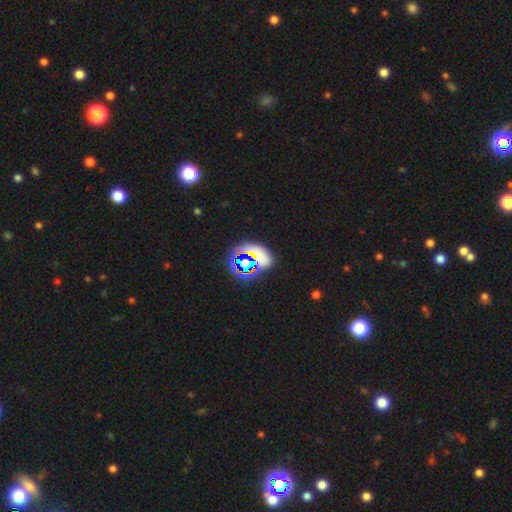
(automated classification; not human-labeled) Smooth or featured: star or artifact — 50% (smooth — 36%)